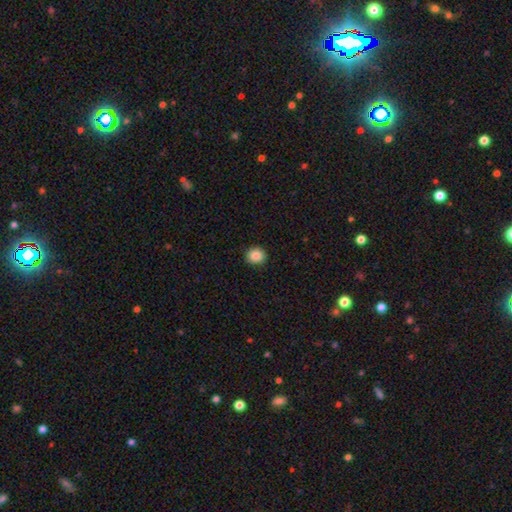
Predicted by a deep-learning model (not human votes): A smooth galaxy with no disk features (86%) that is round (86%). Merging: none (92%).